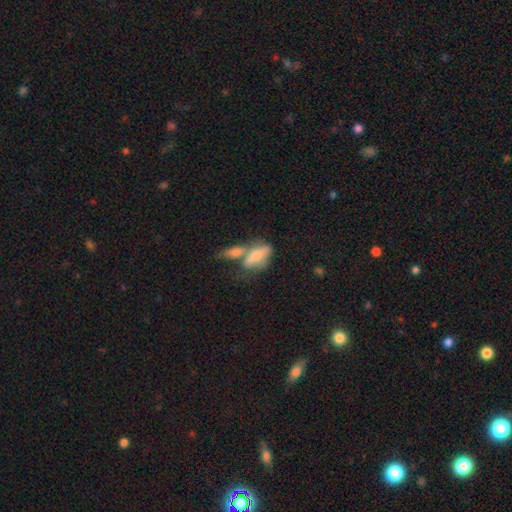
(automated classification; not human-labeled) smooth 69%, featured or disk 23%, star or artifact 8%. Down the decision tree: how rounded — in between (81%); merging — merger (59%).